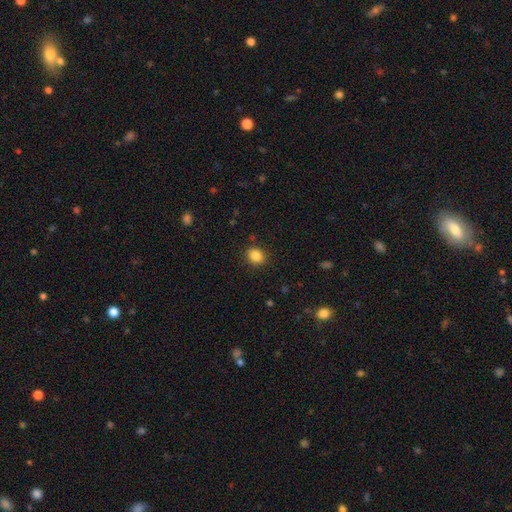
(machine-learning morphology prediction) This is clearly a smooth galaxy (86%). How rounded: possibly round (56%). Merging: clearly none (88%).